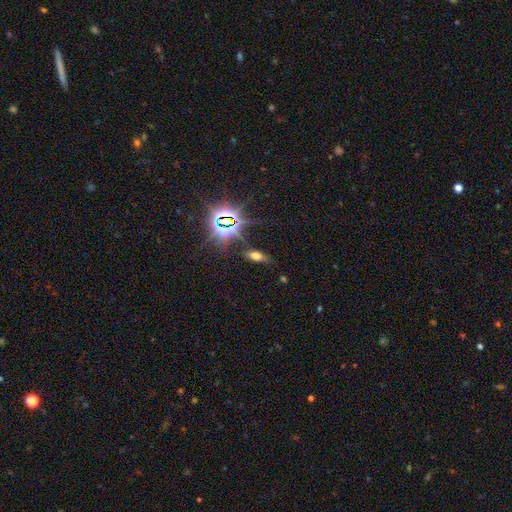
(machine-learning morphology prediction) The model was most divided on "smooth or featured": smooth: 51%, star or artifact: 34%, featured or disk: 15%. More confident: merging — none (76%); how rounded — in between (75%).